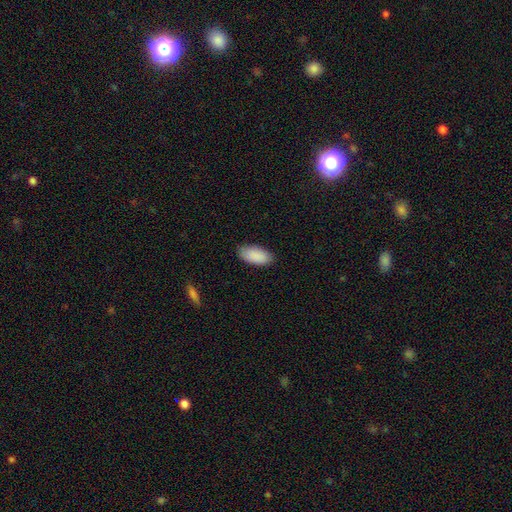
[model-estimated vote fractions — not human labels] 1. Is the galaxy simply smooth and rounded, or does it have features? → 90% smooth, 6% star or artifact, 4% featured or disk.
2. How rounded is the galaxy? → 94% in between, 4% cigar-shaped, 2% round.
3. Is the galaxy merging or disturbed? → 84% none, 13% minor disturbance, 2% major disturbance, 1% merger.